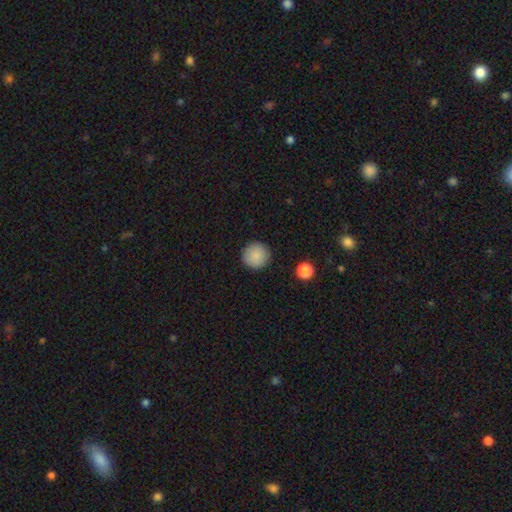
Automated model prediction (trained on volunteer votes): Q: Smooth or featured?
A: smooth (88%); runner-up: star or artifact (8%)
Q: How rounded?
A: round (95%); runner-up: in between (4%)
Q: Merging?
A: none (91%); runner-up: minor disturbance (6%)